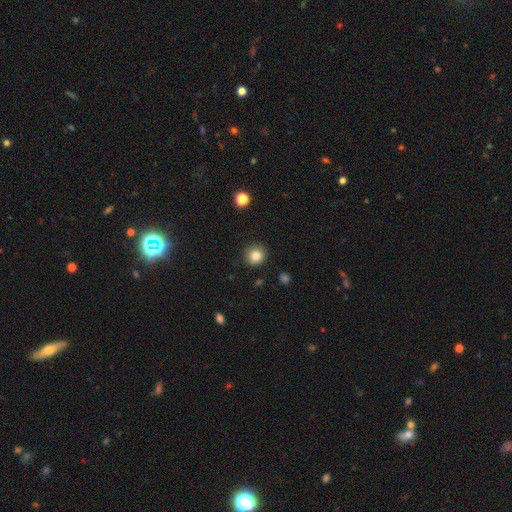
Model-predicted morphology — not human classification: smooth_or_featured: smooth (p=0.83) [alt: star or artifact p=0.11]
how_rounded: round (p=0.91) [alt: in between p=0.08]
merging: none (p=0.90) [alt: minor disturbance p=0.06]